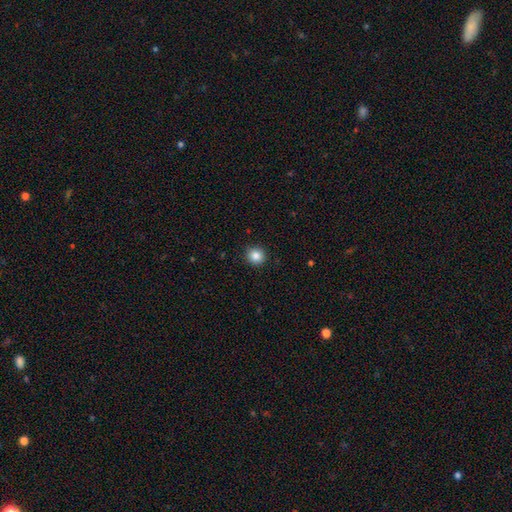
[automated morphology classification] Smooth or featured?
  - smooth: 86% *
  - star or artifact: 10%
  - featured or disk: 4%
How rounded?
  - round: 92% *
  - in between: 7%
  - cigar-shaped: 1%
Merging?
  - none: 92% *
  - minor disturbance: 5%
  - major disturbance: 2%
  - merger: 1%